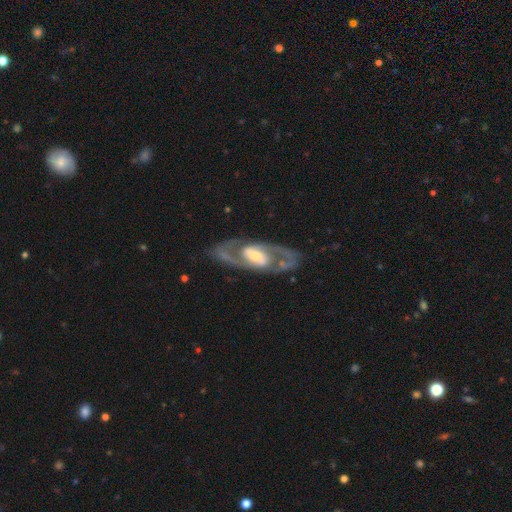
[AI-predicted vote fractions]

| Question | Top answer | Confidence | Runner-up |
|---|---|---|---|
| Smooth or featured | featured or disk | 89% | smooth (7%) |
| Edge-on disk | no | 94% | yes (6%) |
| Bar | weak | 40% | strong (35%) |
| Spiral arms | yes | 94% | no (6%) |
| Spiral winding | medium | 57% | tight (29%) |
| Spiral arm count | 2 | 91% | can't tell (4%) |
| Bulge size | moderate | 52% | small (33%) |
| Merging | none | 82% | minor disturbance (11%) |